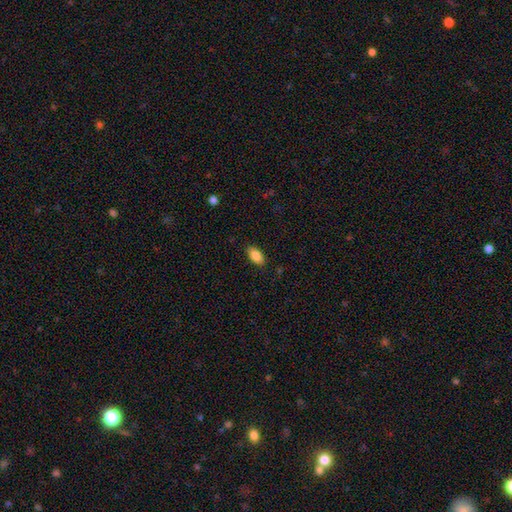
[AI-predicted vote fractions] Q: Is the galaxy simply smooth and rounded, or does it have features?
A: smooth — 86%.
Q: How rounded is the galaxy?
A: in between — 92%.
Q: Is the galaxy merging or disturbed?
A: none — 86%.